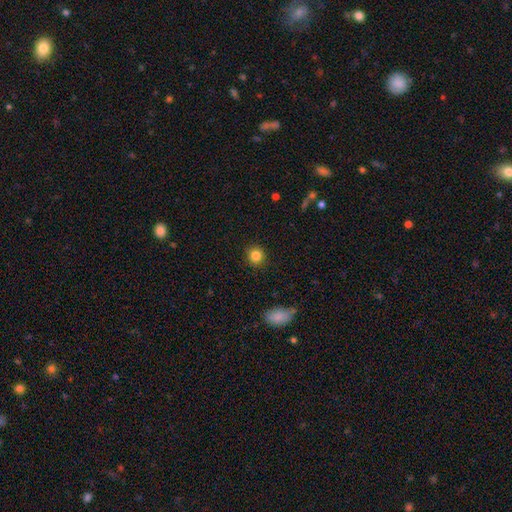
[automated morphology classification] Smooth or featured?
  - smooth: 84% *
  - star or artifact: 11%
  - featured or disk: 5%
How rounded?
  - round: 89% *
  - in between: 10%
  - cigar-shaped: 1%
Merging?
  - none: 90% *
  - minor disturbance: 7%
  - major disturbance: 2%
  - merger: 1%